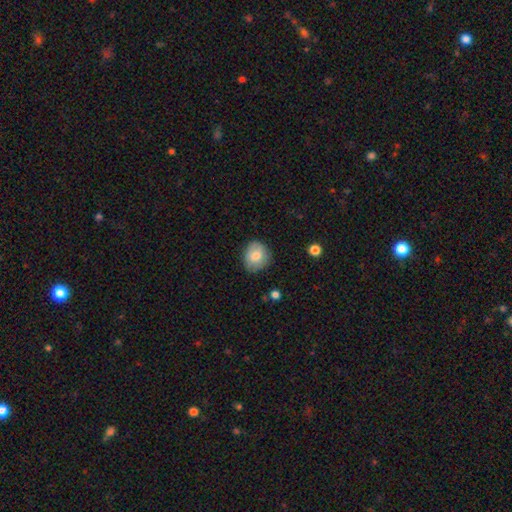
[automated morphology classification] Smooth or featured? Predicted: smooth (p=0.74). How rounded? Predicted: round (p=0.68). Merging? Predicted: none (p=0.74).